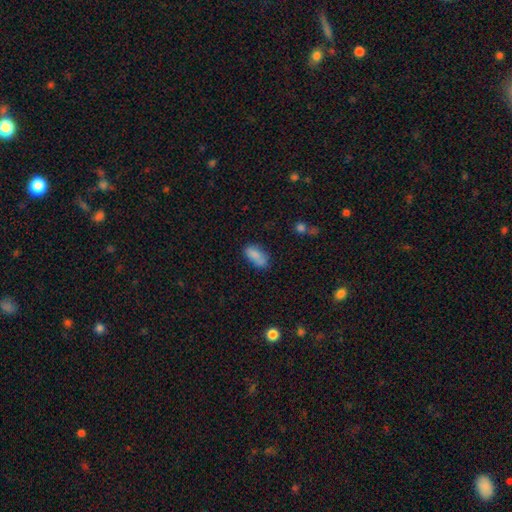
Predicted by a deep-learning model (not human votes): smooth 83%, star or artifact 9%, featured or disk 8%. Down the decision tree: how rounded — in between (88%); merging — none (63%).